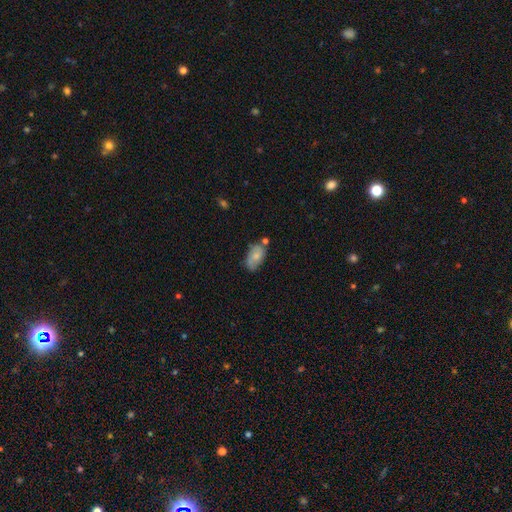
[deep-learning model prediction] Overall: smooth (71%). How rounded: in between (92%). Merging: none (53%; minor disturbance 28%).